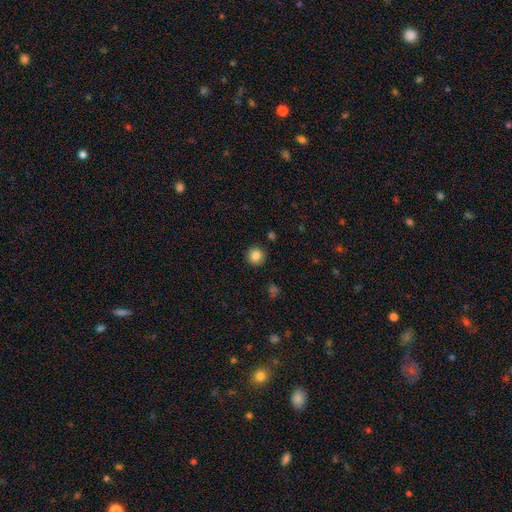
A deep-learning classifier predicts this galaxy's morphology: Overall: smooth (85%). How rounded: round (93%). Merging: none (90%).